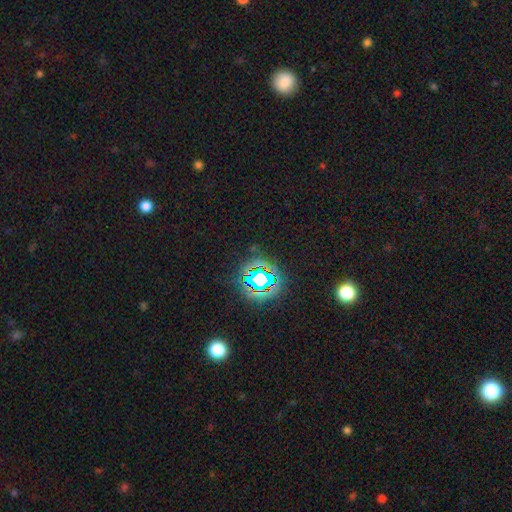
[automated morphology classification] star or artifact 80%, smooth 13%, featured or disk 7%.